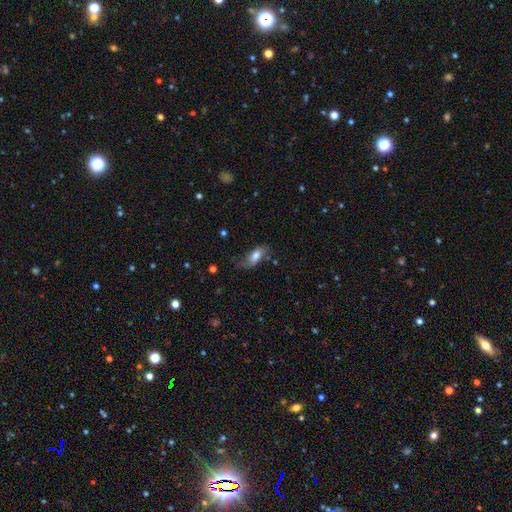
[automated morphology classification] A smooth galaxy with no disk features (69%) that is in between round and cigar-shaped (80%). Merging: none (58%).